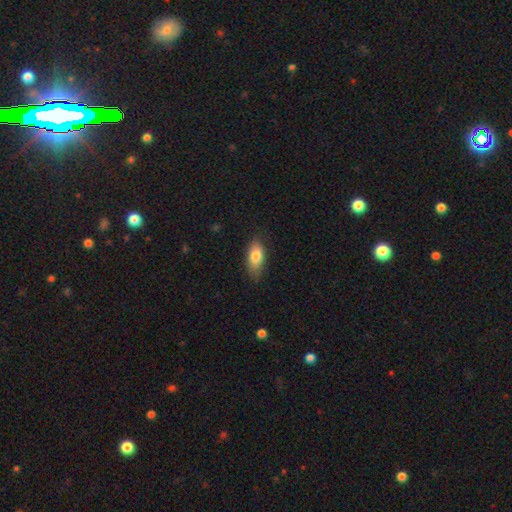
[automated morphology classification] This appears to be a smooth galaxy with no disk features (80%) that is in between round and cigar-shaped (86%). Merging: none (77%).